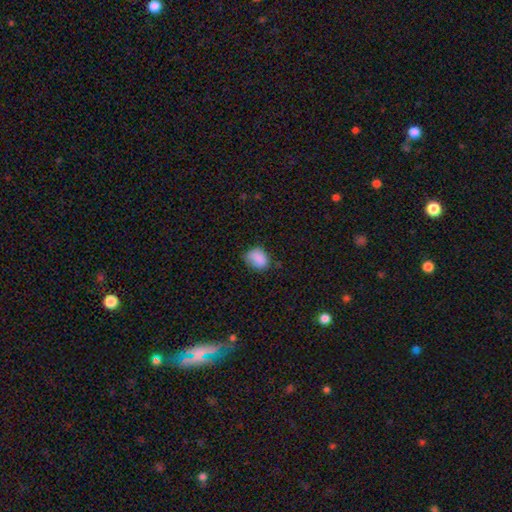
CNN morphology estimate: Overall: smooth (86%). How rounded: in between (59%; round 40%). Merging: none (67%).